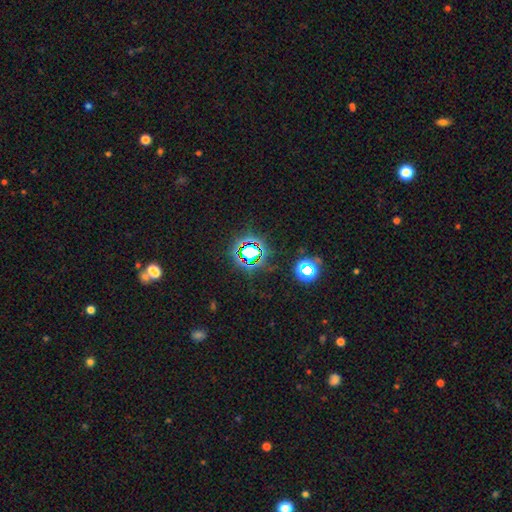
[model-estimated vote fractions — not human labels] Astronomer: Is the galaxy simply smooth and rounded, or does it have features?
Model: star or artifact — 73%.